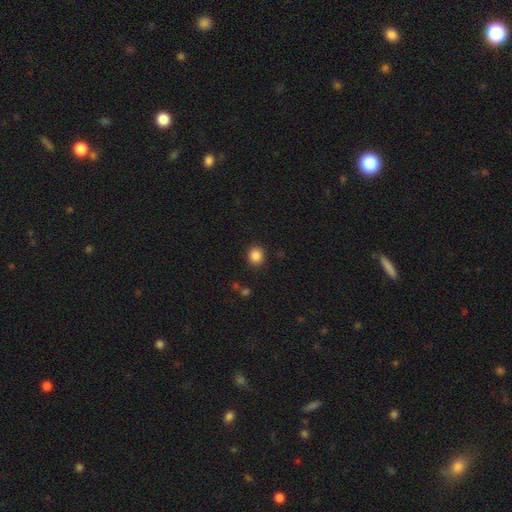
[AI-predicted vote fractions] Smooth or featured? Predicted: smooth (p=0.86). How rounded? Predicted: round (p=0.79). Merging? Predicted: none (p=0.89).